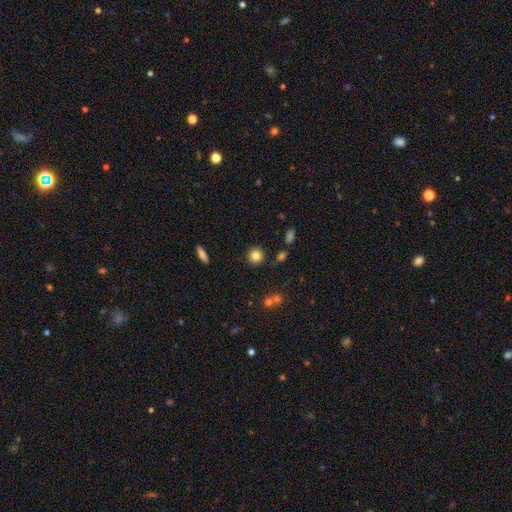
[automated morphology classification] This appears to be a smooth galaxy with no disk features (82%) that is round (92%). Merging: none (88%).